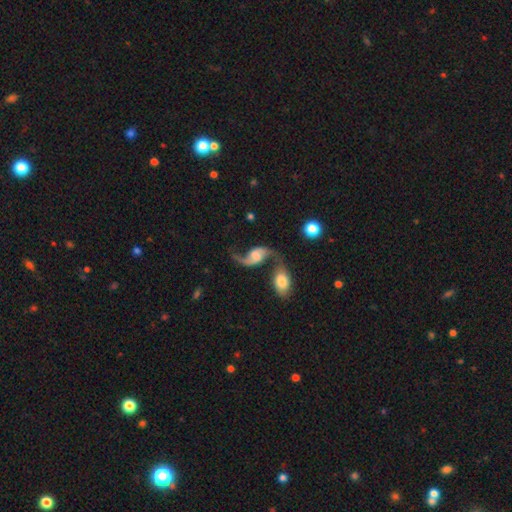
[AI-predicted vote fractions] smooth_or_featured: featured or disk (p=0.87) [alt: smooth p=0.08]
disk_edge_on: no (p=0.97) [alt: yes p=0.03]
bar: weak (p=0.45) [alt: no p=0.39]
has_spiral_arms: yes (p=0.95) [alt: no p=0.05]
spiral_winding: loose (p=0.86) [alt: medium p=0.12]
spiral_arm_count: 2 (p=0.93) [alt: 1 p=0.03]
bulge_size: moderate (p=0.32) [alt: small p=0.30]
merging: none (p=0.47) [alt: merger p=0.27]